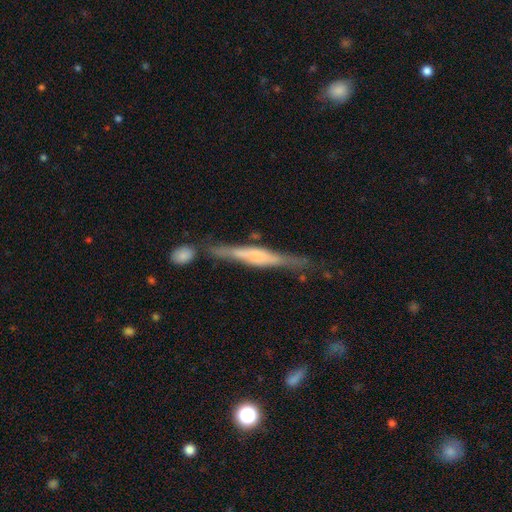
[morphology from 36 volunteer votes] Smooth or featured? featured or disk (69%)
Edge-on disk? yes (92%)
Edge-on bulge? rounded (61%)
Merging? none (68%)